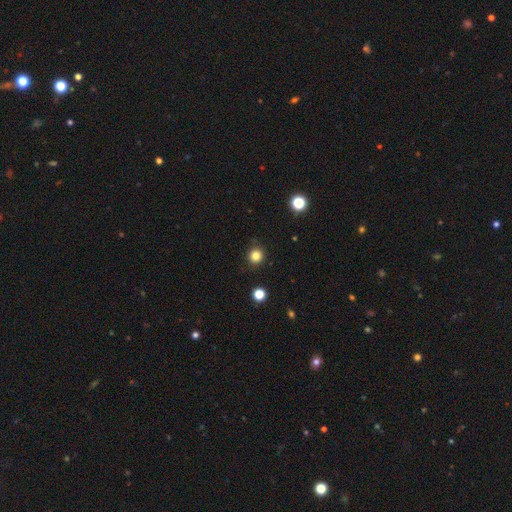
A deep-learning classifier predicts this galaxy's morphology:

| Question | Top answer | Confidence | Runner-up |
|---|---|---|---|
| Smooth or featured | smooth | 83% | star or artifact (13%) |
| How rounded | round | 91% | in between (8%) |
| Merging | none | 91% | minor disturbance (6%) |